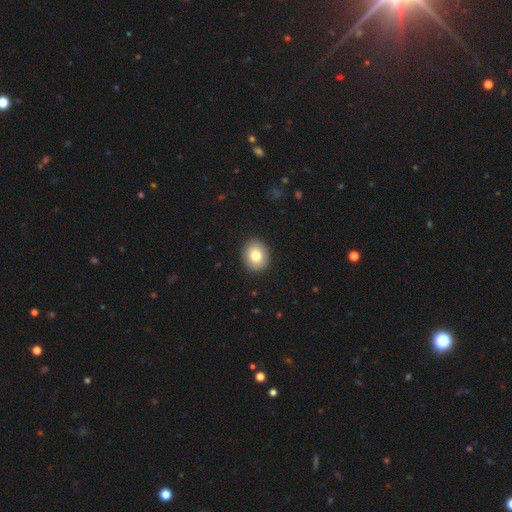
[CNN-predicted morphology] This is likely a smooth galaxy (79%). How rounded: possibly round (60%). Merging: clearly none (91%).